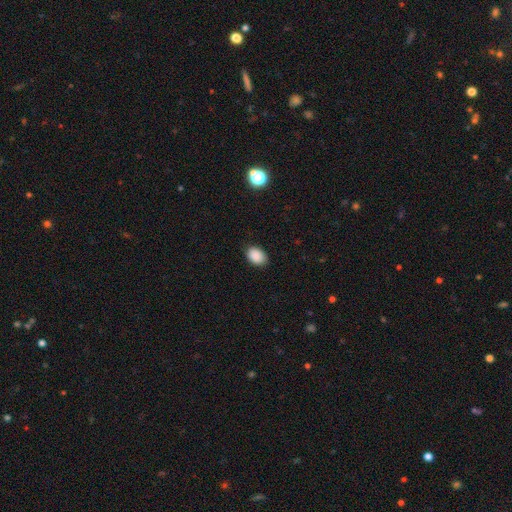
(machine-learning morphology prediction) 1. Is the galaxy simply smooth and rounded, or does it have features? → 89% smooth, 8% star or artifact, 3% featured or disk.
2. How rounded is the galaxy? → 78% in between, 21% round, 1% cigar-shaped.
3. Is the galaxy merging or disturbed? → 87% none, 10% minor disturbance, 2% major disturbance, 1% merger.